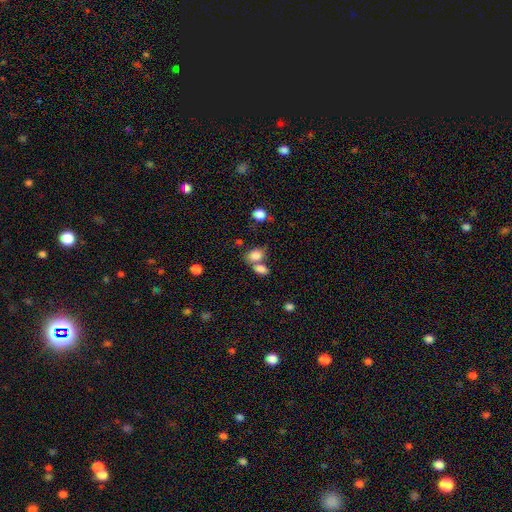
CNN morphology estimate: Overall: smooth (83%). How rounded: in between (80%). Merging: merger (44%; none 40%).